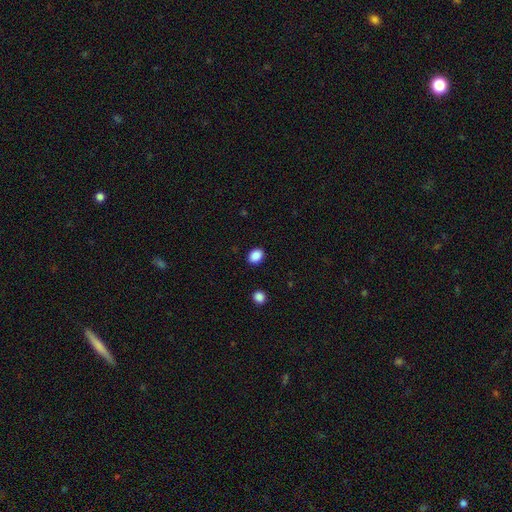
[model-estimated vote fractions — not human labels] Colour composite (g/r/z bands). It shows a smooth galaxy with no disk features (89%) that is in between round and cigar-shaped (63%). Merging: none (89%).